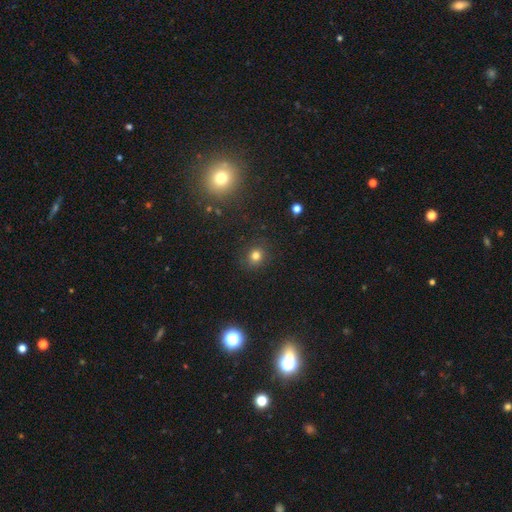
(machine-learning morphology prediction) Smooth or featured? smooth (77%)
How rounded? round (82%)
Merging? none (85%)